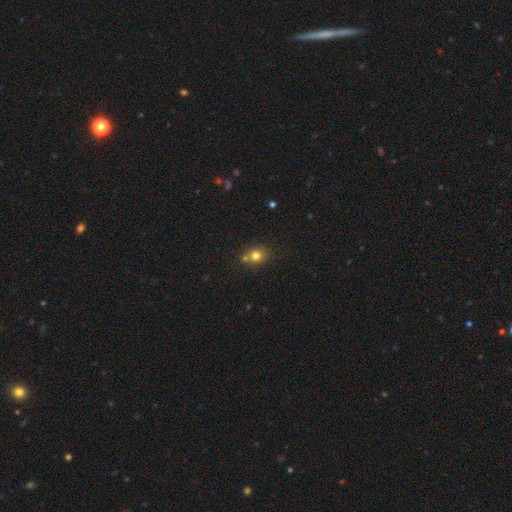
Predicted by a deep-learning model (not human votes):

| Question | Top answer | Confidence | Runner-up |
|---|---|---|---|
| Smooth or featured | smooth | 76% | star or artifact (15%) |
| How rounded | round | 77% | in between (23%) |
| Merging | none | 64% | merger (22%) |